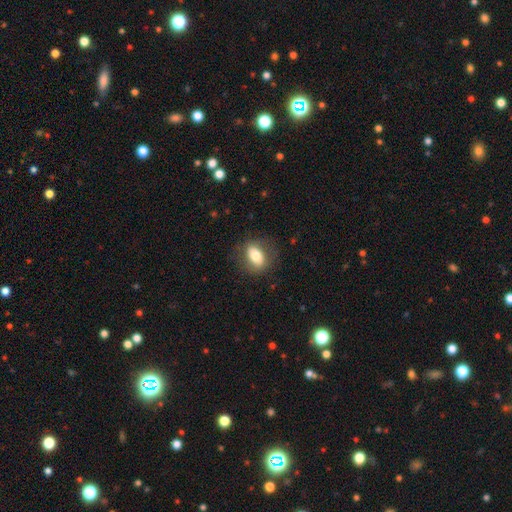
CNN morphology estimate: Smooth or featured? smooth (72%)
How rounded? in between (79%)
Merging? none (79%)